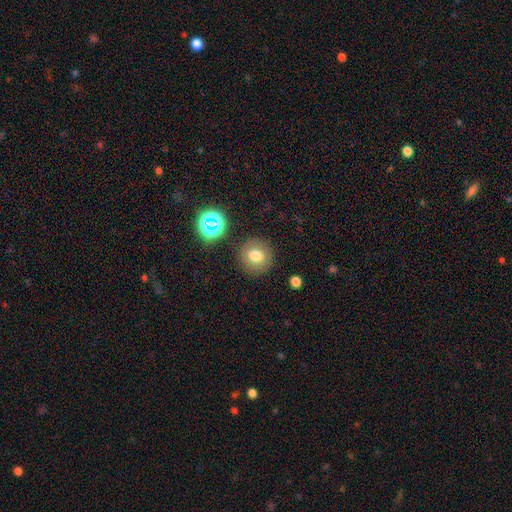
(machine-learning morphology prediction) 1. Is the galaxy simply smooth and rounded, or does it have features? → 72% smooth, 14% star or artifact, 14% featured or disk.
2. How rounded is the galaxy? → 91% round, 8% in between, 1% cigar-shaped.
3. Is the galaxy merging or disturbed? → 86% none, 8% minor disturbance, 3% major disturbance, 2% merger.